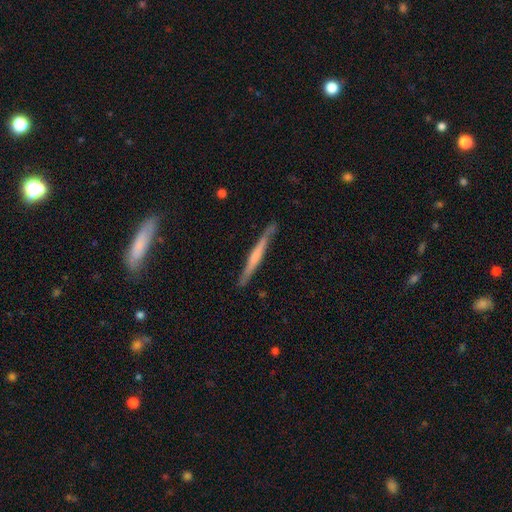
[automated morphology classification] A featured or disk galaxy (56%) viewed edge-on (96%) with no central bulge (54%). Merging: none (83%).